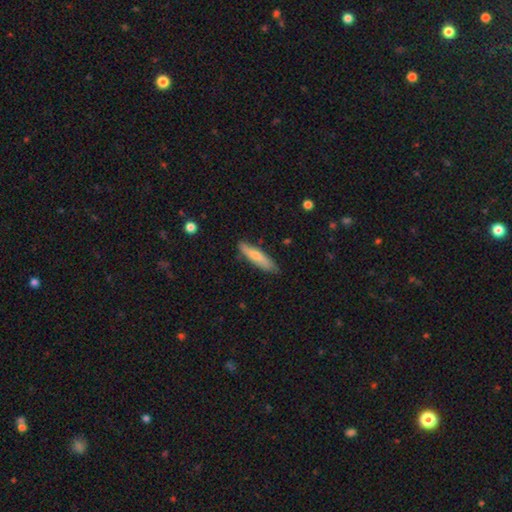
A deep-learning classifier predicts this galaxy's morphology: Smooth or featured? Predicted: smooth (p=0.71). How rounded? Predicted: cigar-shaped (p=0.79). Merging? Predicted: none (p=0.80).